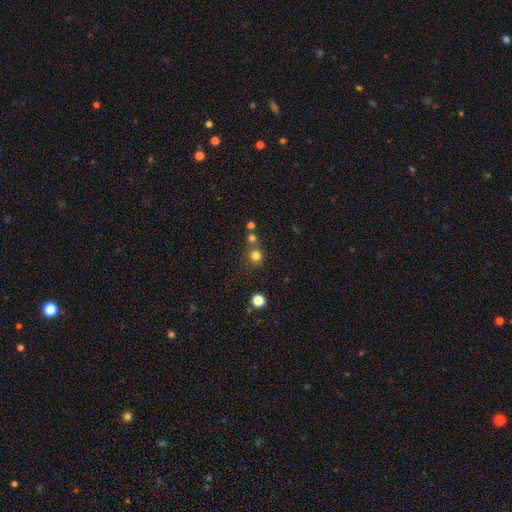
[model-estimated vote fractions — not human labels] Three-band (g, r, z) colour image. It shows a smooth galaxy with no disk features (77%) that is round (89%). Merging: none (67%).